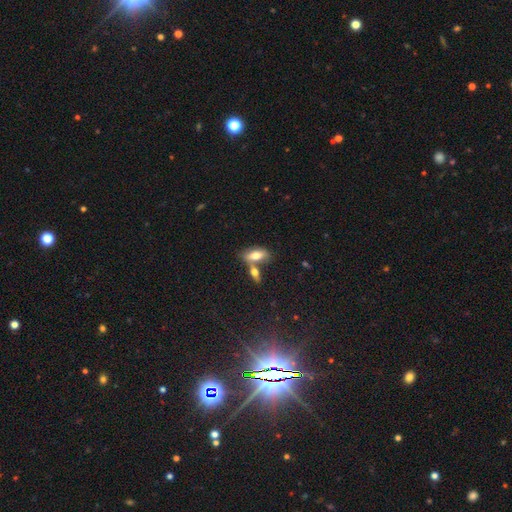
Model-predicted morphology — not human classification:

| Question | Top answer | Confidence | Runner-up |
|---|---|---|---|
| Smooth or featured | smooth | 69% | featured or disk (23%) |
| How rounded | in between | 85% | cigar-shaped (11%) |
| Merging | none | 48% | merger (38%) |